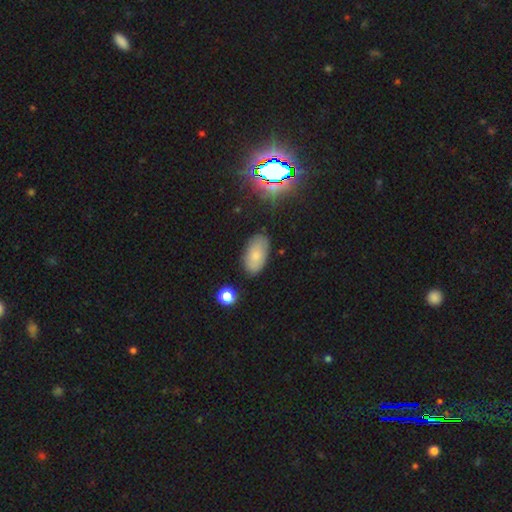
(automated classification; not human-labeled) A smooth galaxy with no disk features (75%) that is in between round and cigar-shaped (94%). Merging: none (80%).